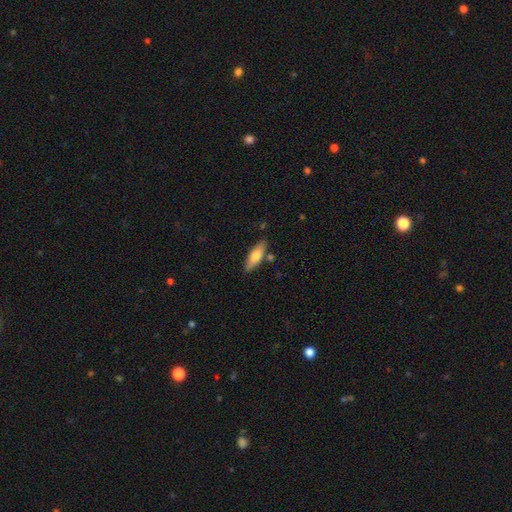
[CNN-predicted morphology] Q: Smooth or featured?
A: smooth (66%); runner-up: featured or disk (28%)
Q: How rounded?
A: in between (52%); runner-up: cigar-shaped (46%)
Q: Merging?
A: none (79%); runner-up: minor disturbance (13%)